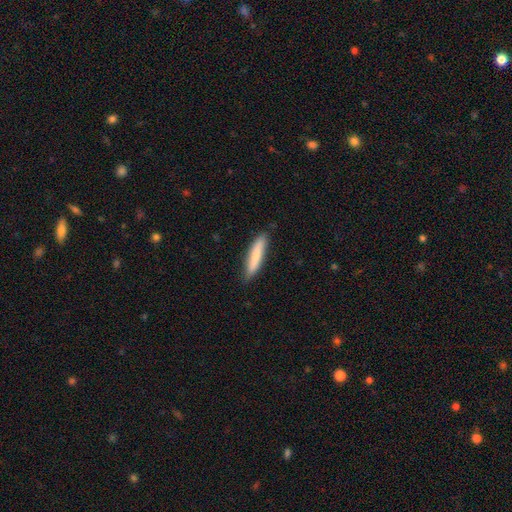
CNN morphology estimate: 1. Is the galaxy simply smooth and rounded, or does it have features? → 76% smooth, 19% featured or disk, 5% star or artifact.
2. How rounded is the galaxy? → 85% cigar-shaped, 14% in between, 1% round.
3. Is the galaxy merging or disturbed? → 84% none, 13% minor disturbance, 2% major disturbance, 1% merger.